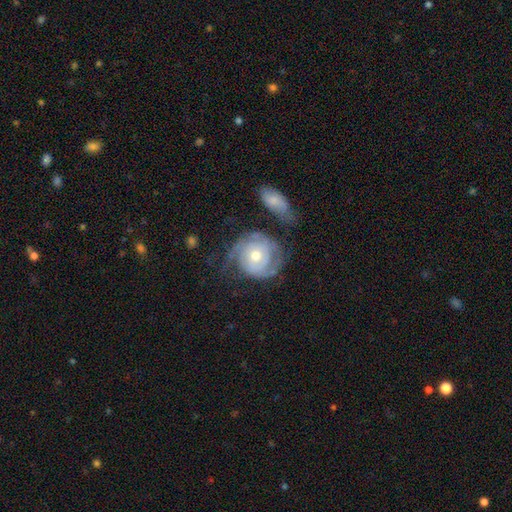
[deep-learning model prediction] smooth_or_featured: featured or disk (p=0.78) [alt: smooth p=0.18]
disk_edge_on: no (p=0.97) [alt: yes p=0.03]
bar: no (p=0.80) [alt: weak p=0.16]
has_spiral_arms: yes (p=0.89) [alt: no p=0.11]
spiral_winding: tight (p=0.64) [alt: medium p=0.26]
spiral_arm_count: 2 (p=0.48) [alt: can't tell p=0.27]
bulge_size: moderate (p=0.71) [alt: small p=0.22]
merging: none (p=0.52) [alt: minor disturbance p=0.22]